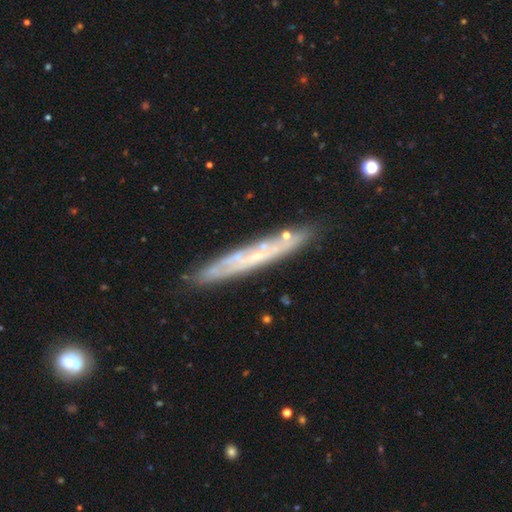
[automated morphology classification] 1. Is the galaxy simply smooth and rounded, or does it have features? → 65% featured or disk, 27% smooth, 8% star or artifact.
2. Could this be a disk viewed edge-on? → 73% yes, 27% no.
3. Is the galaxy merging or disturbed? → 83% none, 12% minor disturbance, 3% merger, 2% major disturbance.